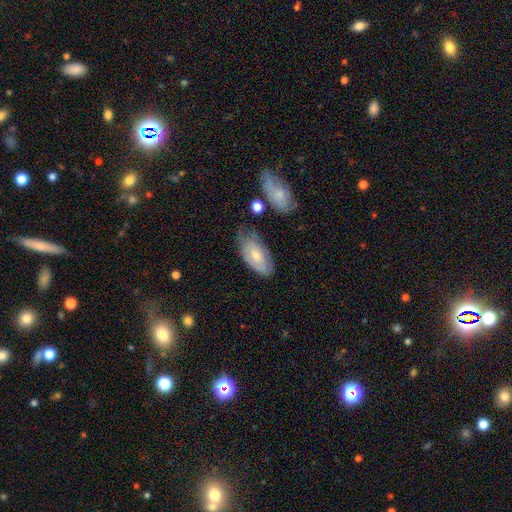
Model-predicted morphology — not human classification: This is possibly a smooth galaxy (60%). How rounded: clearly in between (91%). Merging: possibly none (56%).